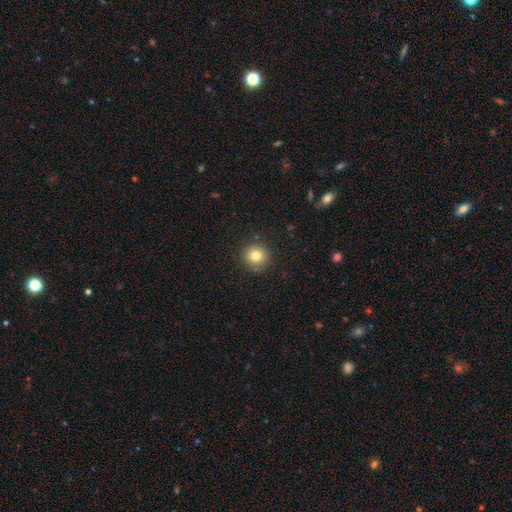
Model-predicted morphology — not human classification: Q: Smooth or featured?
A: smooth (80%); runner-up: star or artifact (12%)
Q: How rounded?
A: round (92%); runner-up: in between (7%)
Q: Merging?
A: none (89%); runner-up: minor disturbance (7%)